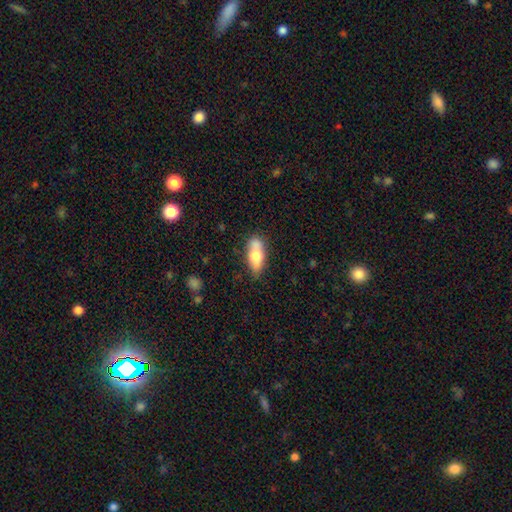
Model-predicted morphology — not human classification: type=smooth (67%); roundness=in between (77%); merging=none (56%).